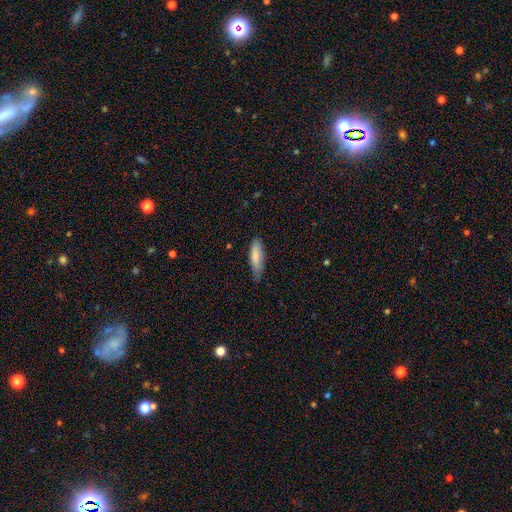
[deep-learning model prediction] Overall: smooth (81%). How rounded: cigar-shaped (53%; in between 46%). Merging: none (65%; minor disturbance 29%).